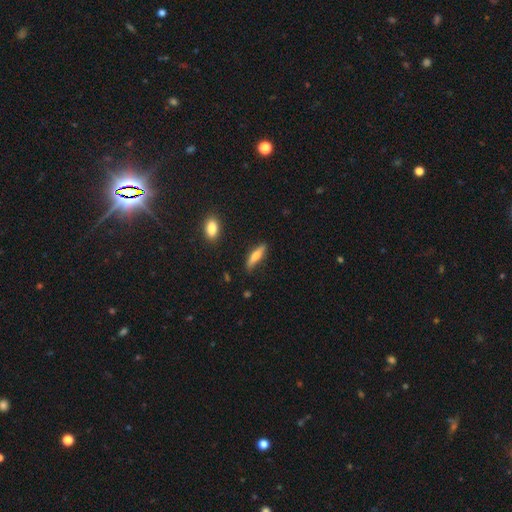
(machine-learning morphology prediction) smooth 57%, featured or disk 36%, star or artifact 6%. Down the decision tree: how rounded — cigar-shaped (74%); merging — none (81%).